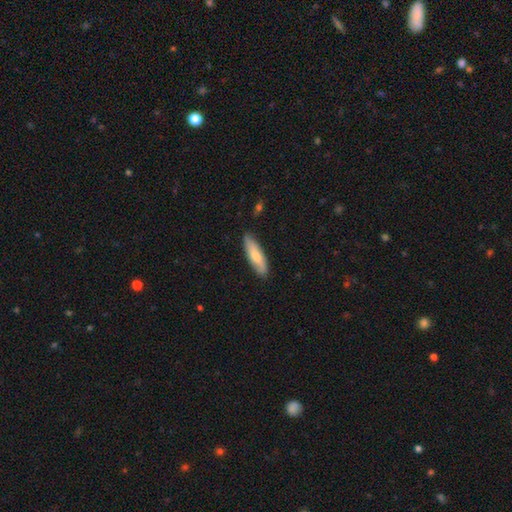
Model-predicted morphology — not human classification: smooth_or_featured: smooth (p=0.74) [alt: featured or disk p=0.21]
how_rounded: cigar-shaped (p=0.61) [alt: in between p=0.37]
merging: none (p=0.86) [alt: minor disturbance p=0.11]